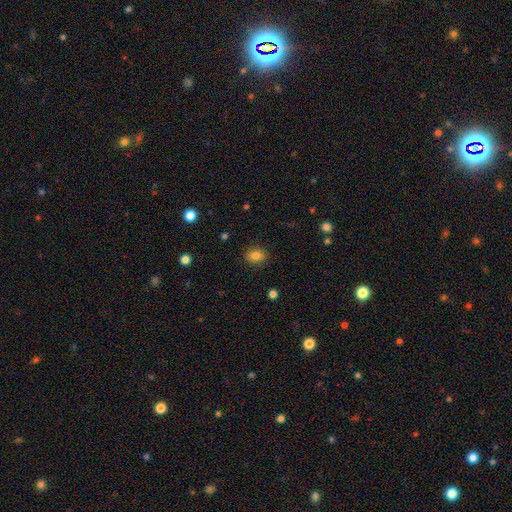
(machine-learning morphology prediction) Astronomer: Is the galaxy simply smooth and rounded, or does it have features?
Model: smooth — 83%.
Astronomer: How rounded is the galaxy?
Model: in between — 55% (runner-up: round, 44%).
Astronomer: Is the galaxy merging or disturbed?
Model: none — 89%.